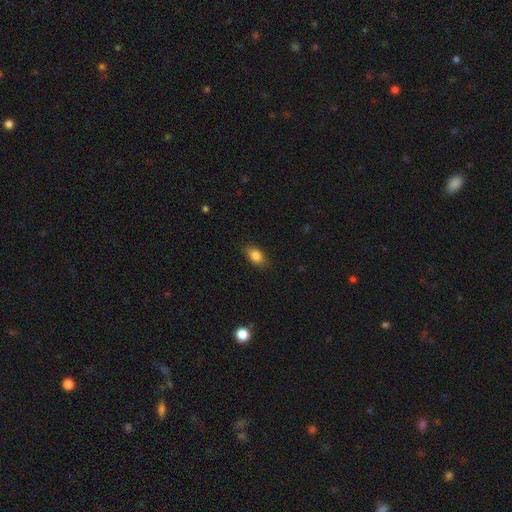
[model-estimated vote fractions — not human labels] Smooth or featured: smooth — 85% (star or artifact — 8%)
How rounded: in between — 86% (round — 10%)
Merging: none — 85% (minor disturbance — 11%)